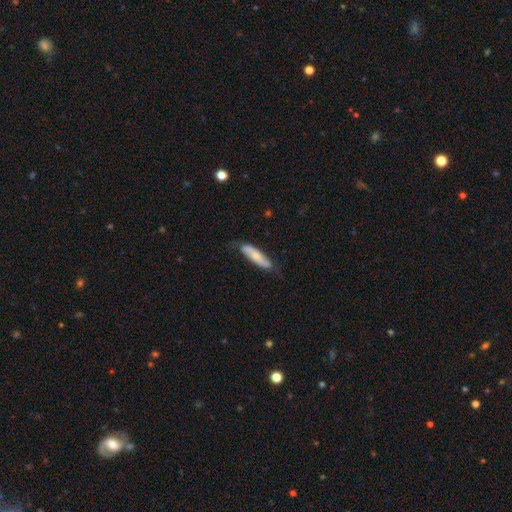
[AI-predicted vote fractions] Smooth or featured? smooth (58%)
How rounded? cigar-shaped (61%)
Merging? none (71%)